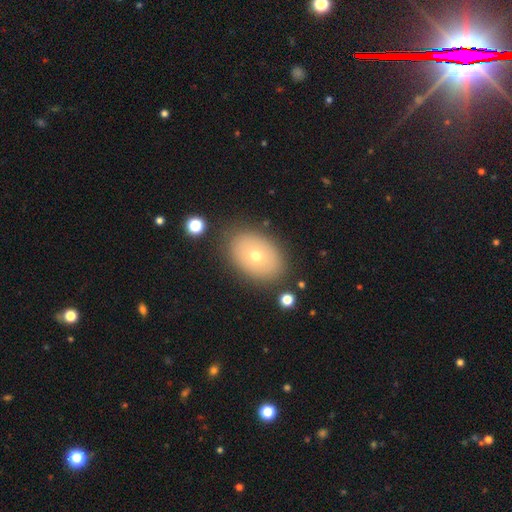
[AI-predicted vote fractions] The model was most divided on "smooth or featured": smooth: 62%, featured or disk: 29%, star or artifact: 9%. More confident: merging — none (83%); how rounded — in between (78%).